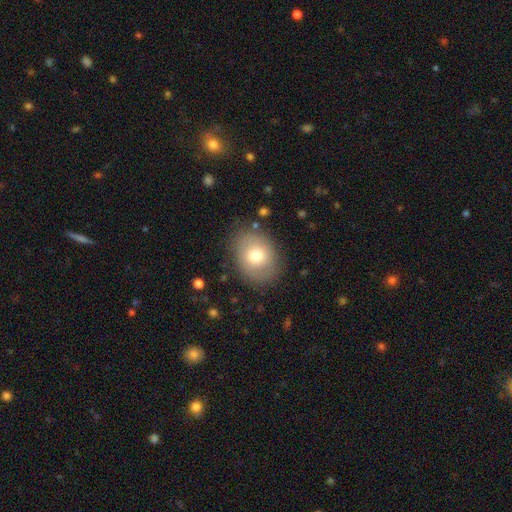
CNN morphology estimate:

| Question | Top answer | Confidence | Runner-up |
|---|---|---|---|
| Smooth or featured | smooth | 71% | featured or disk (20%) |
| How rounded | in between | 54% | round (45%) |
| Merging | none | 81% | minor disturbance (12%) |